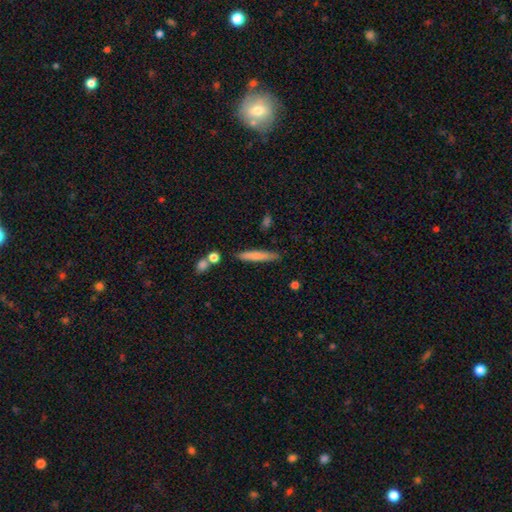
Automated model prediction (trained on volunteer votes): Smooth or featured?
  - smooth: 71% *
  - featured or disk: 23%
  - star or artifact: 7%
How rounded?
  - cigar-shaped: 93% *
  - in between: 6%
  - round: 2%
Merging?
  - none: 83% *
  - minor disturbance: 10%
  - merger: 4%
  - major disturbance: 2%